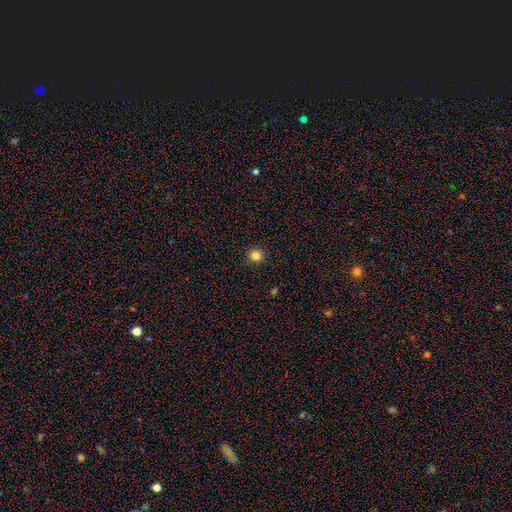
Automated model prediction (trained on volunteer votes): smooth-or-featured: smooth: 83% | star or artifact: 13% | featured or disk: 4%
  how-rounded: round: 86% | in between: 13% | cigar-shaped: 1%
  merging: none: 92% | minor disturbance: 5% | major disturbance: 2% | merger: 1%